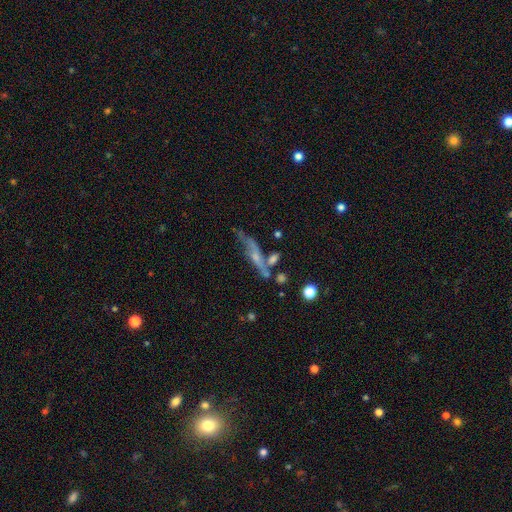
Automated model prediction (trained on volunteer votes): smooth_or_featured: featured or disk (p=0.64) [alt: smooth p=0.26]
disk_edge_on: yes (p=0.60) [alt: no p=0.40]
merging: none (p=0.43) [alt: minor disturbance p=0.22]